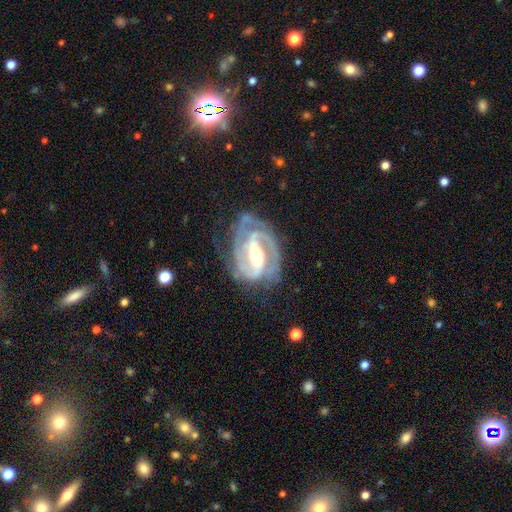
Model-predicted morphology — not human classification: Smooth or featured? Predicted: featured or disk (p=0.92). Edge-on disk? Predicted: no (p=0.97). Bar? Predicted: strong (p=0.56). Spiral arms? Predicted: yes (p=0.98). Spiral winding? Predicted: tight (p=0.48). Spiral arm count? Predicted: 2 (p=0.67). Bulge size? Predicted: moderate (p=0.56). Merging? Predicted: none (p=0.69).